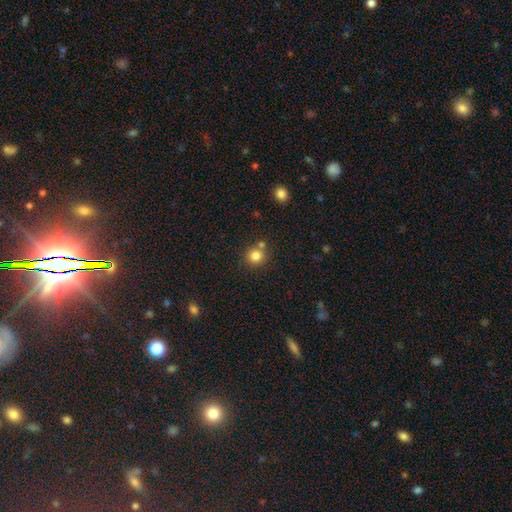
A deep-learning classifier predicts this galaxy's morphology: Overall: smooth (82%). How rounded: round (90%). Merging: none (70%).